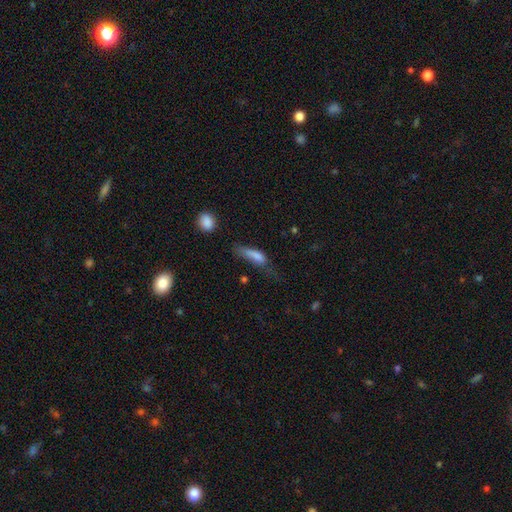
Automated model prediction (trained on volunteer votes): This is likely a smooth galaxy (74%). How rounded: possibly in between (49%). Merging: marginally major disturbance (39%).